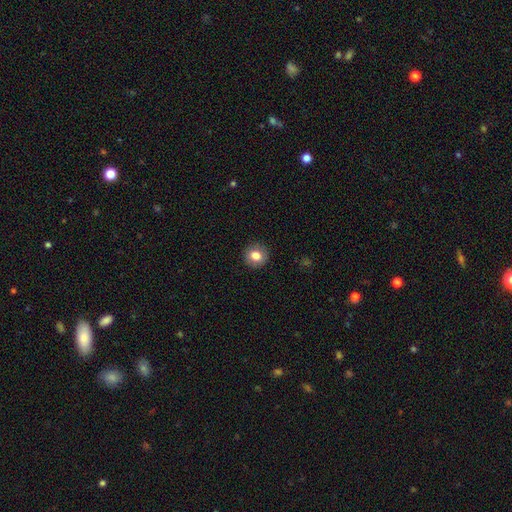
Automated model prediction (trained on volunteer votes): Smooth or featured? smooth (82%)
How rounded? round (90%)
Merging? none (91%)